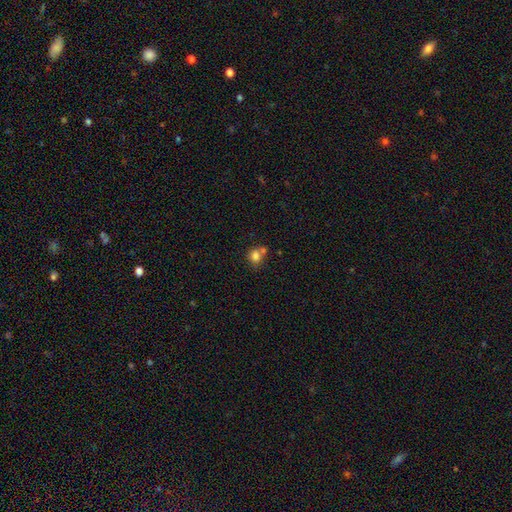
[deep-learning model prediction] Smooth or featured? smooth (79%)
How rounded? round (71%)
Merging? none (47%)